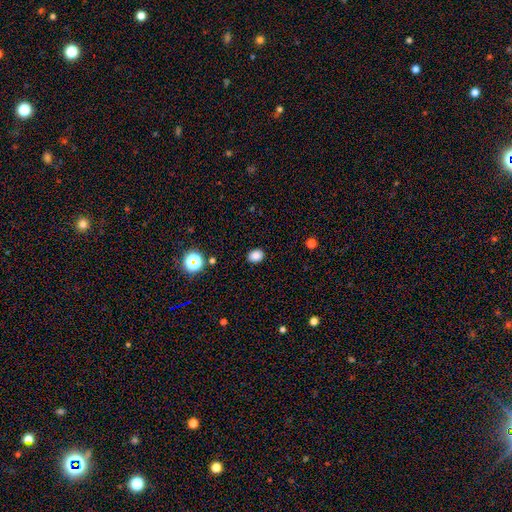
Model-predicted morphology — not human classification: smooth-or-featured: smooth: 84% | star or artifact: 13% | featured or disk: 4%
  how-rounded: in between: 53% | round: 46% | cigar-shaped: 1%
  merging: none: 89% | minor disturbance: 8% | major disturbance: 2% | merger: 1%